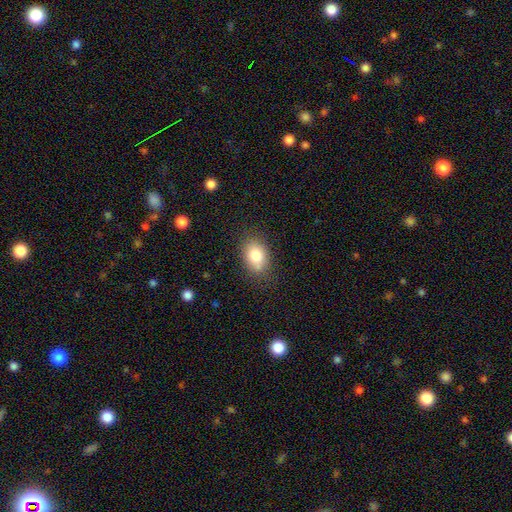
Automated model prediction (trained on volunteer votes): This appears to be a smooth galaxy with no disk features (80%) that is in between round and cigar-shaped (77%). Merging: none (77%).